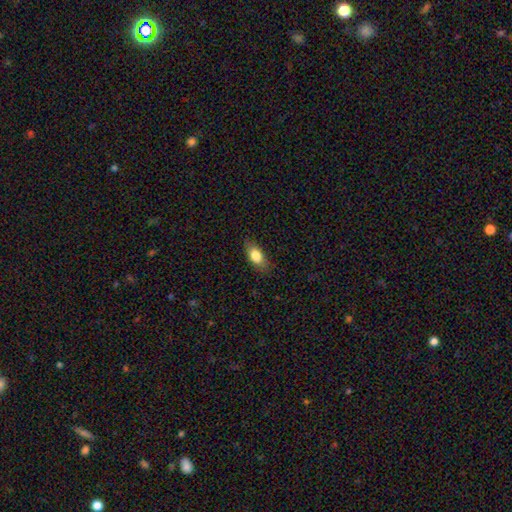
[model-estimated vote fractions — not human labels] Overall: smooth (80%). How rounded: in between (84%). Merging: none (83%).